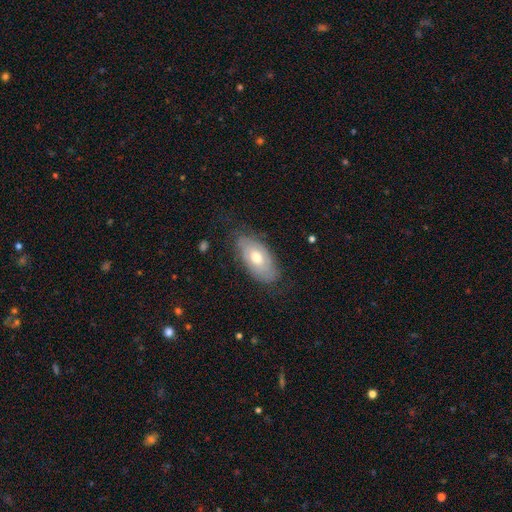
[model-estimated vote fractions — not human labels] Smooth or featured? featured or disk (49%)
Merging? none (73%)